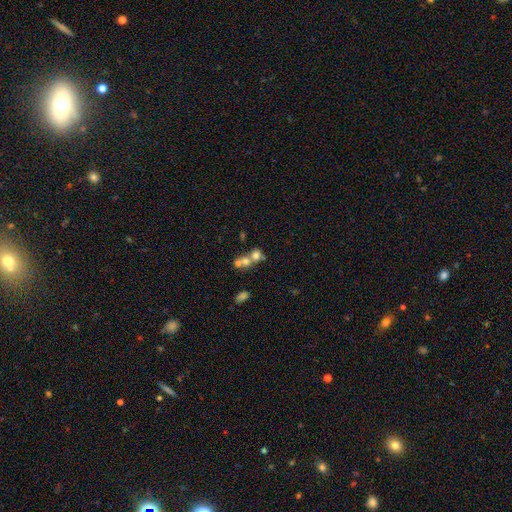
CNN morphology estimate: smooth 62%, featured or disk 24%, star or artifact 14%. Down the decision tree: how rounded — round (70%); merging — merger (63%).